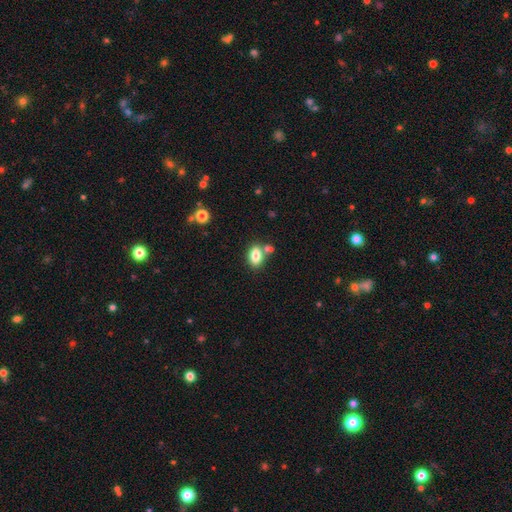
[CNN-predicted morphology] Overall: smooth (81%). How rounded: in between (86%). Merging: none (62%).